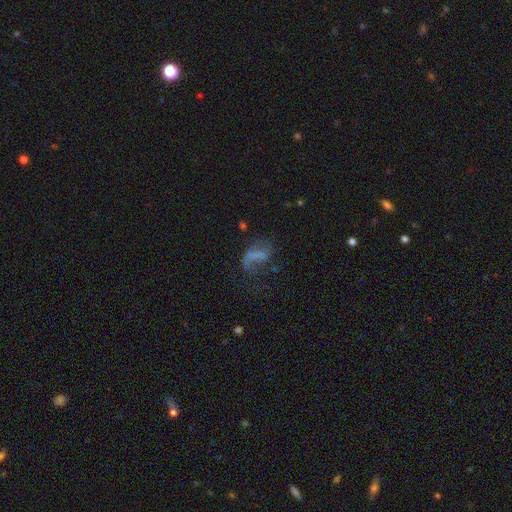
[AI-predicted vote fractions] Q: Smooth or featured?
A: featured or disk (43%); runner-up: smooth (39%)
Q: Merging?
A: major disturbance (43%); runner-up: none (32%)